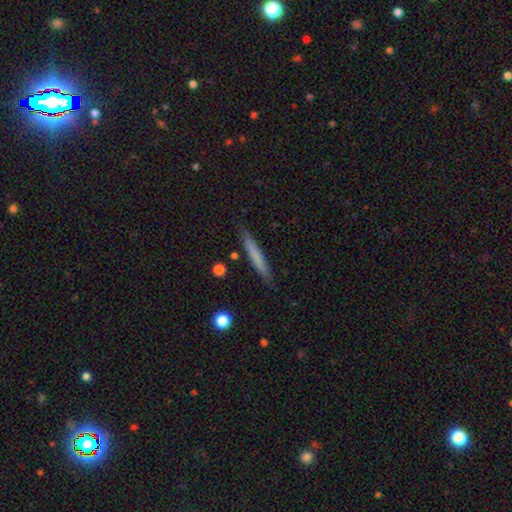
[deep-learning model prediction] Overall: smooth (68%). How rounded: cigar-shaped (95%). Merging: none (88%).